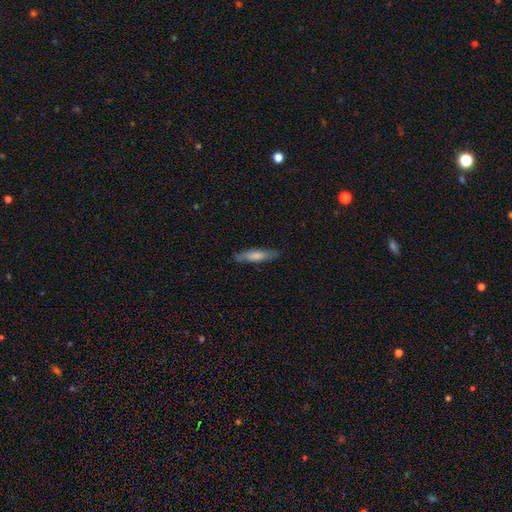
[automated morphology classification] A smooth galaxy with no disk features (70%) that is cigar-shaped (77%).

Vote fractions:
- Smooth or featured? smooth: 70% / featured or disk: 24% / star or artifact: 6%
- How rounded? cigar-shaped: 77% / in between: 22% / round: 1%
- Merging? none: 82% / minor disturbance: 14% / major disturbance: 3% / merger: 1%